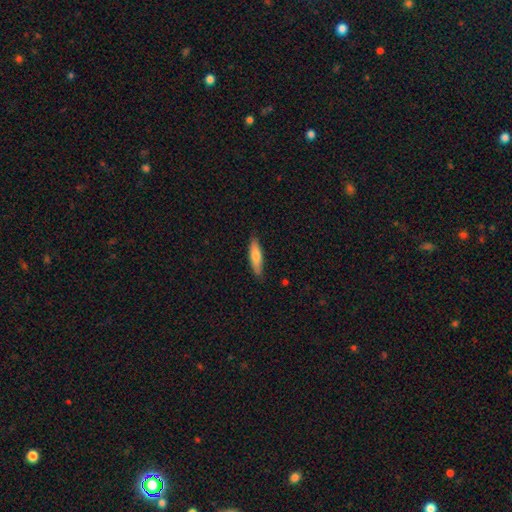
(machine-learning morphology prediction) Q: Smooth or featured?
A: smooth (73%); runner-up: featured or disk (22%)
Q: How rounded?
A: cigar-shaped (67%); runner-up: in between (31%)
Q: Merging?
A: none (87%); runner-up: minor disturbance (10%)